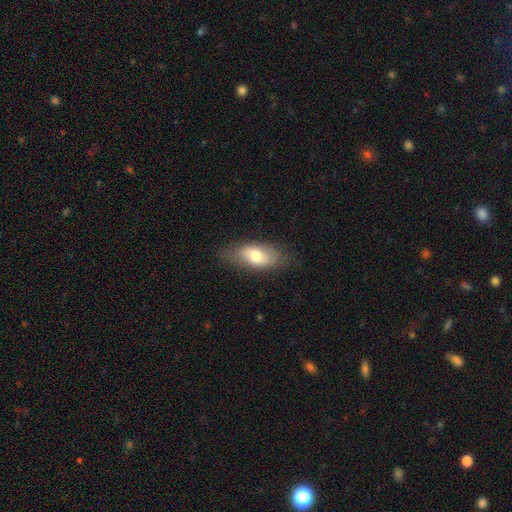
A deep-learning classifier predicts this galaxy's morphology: Smooth or featured? smooth (70%)
How rounded? in between (87%)
Merging? none (74%)